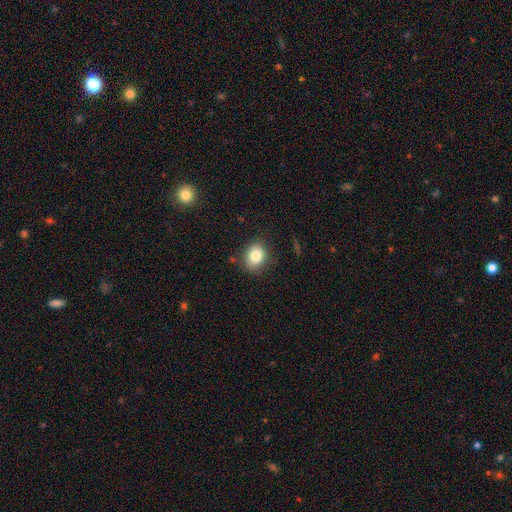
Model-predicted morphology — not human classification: A smooth galaxy with no disk features (81%) that is round (59%).

Vote fractions:
- Smooth or featured? smooth: 81% / star or artifact: 10% / featured or disk: 9%
- How rounded? round: 59% / in between: 40% / cigar-shaped: 1%
- Merging? none: 80% / minor disturbance: 15% / major disturbance: 4% / merger: 2%